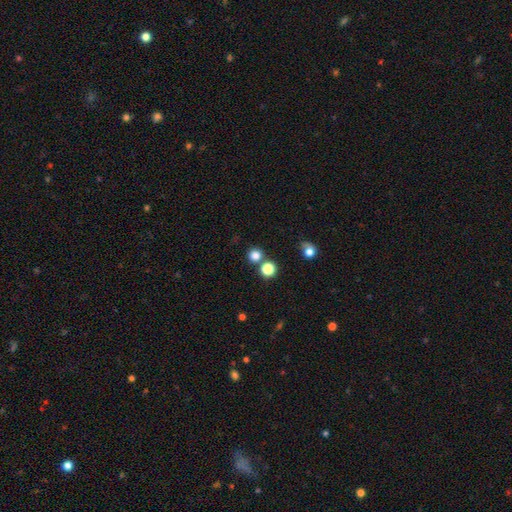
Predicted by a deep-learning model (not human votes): smooth-or-featured: smooth: 80% | star or artifact: 15% | featured or disk: 5%
  how-rounded: round: 92% | in between: 7% | cigar-shaped: 1%
  merging: none: 73% | merger: 17% | minor disturbance: 7% | major disturbance: 3%